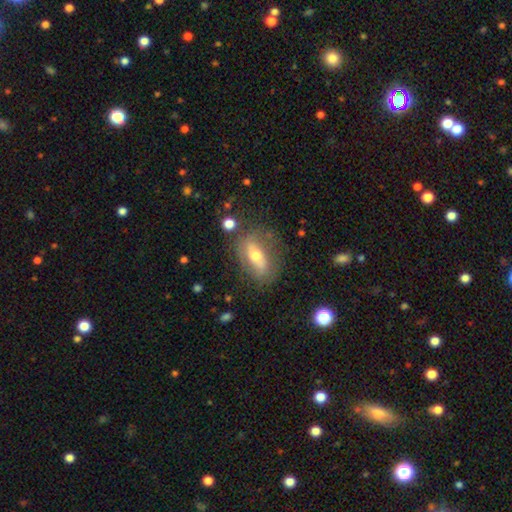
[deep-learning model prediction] Morphology: type=featured or disk (51%); edge-on=no (78%); merging=none (67%).